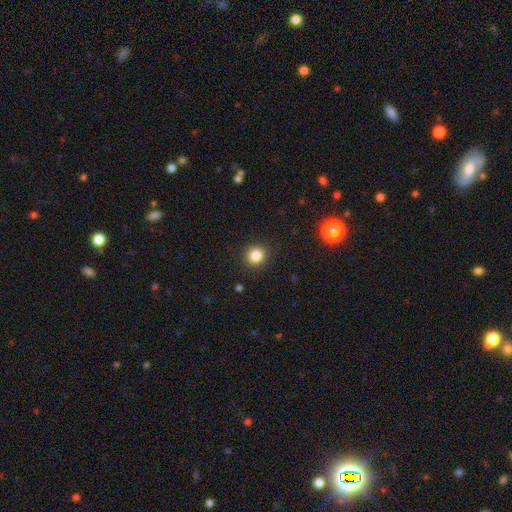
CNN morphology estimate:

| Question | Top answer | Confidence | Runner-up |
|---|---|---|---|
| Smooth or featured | smooth | 83% | star or artifact (12%) |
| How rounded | round | 89% | in between (10%) |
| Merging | none | 91% | minor disturbance (6%) |